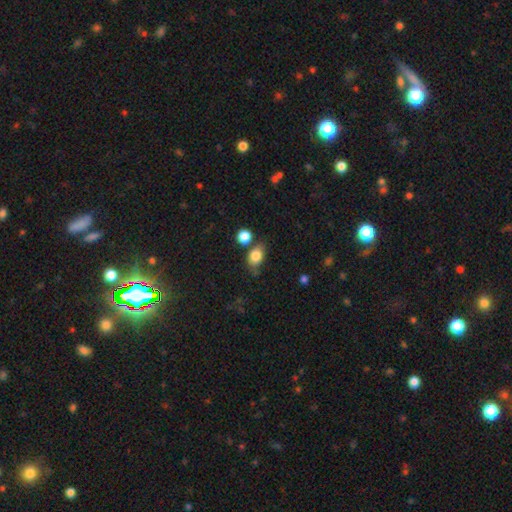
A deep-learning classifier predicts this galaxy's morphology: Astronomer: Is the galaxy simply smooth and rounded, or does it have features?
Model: smooth — 84%.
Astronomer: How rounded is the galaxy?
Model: in between — 69%.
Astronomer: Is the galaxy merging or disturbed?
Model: none — 59%.